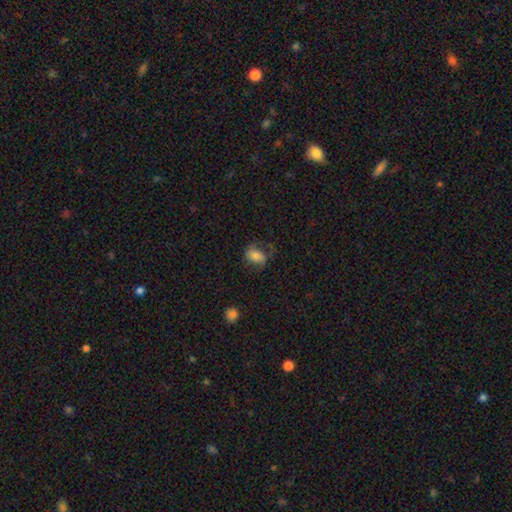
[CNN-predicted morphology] Smooth or featured? smooth (74%)
How rounded? in between (77%)
Merging? none (61%)